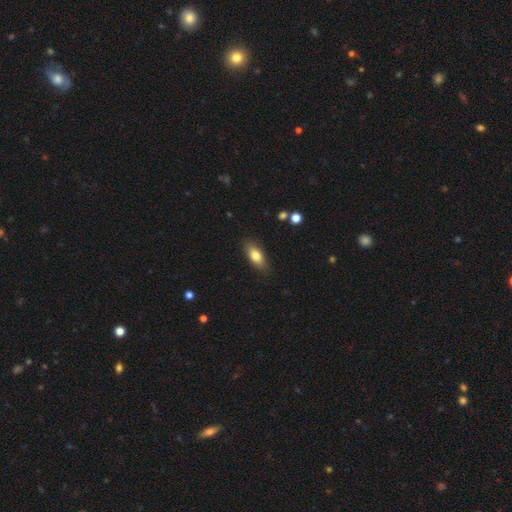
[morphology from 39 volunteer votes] smooth-or-featured: smooth: 85% | featured or disk: 8% | star or artifact: 8%
  how-rounded: in between: 82% | cigar-shaped: 15% | round: 3%
  merging: none: 89% | minor disturbance: 11% | major disturbance: 0% | merger: 0%